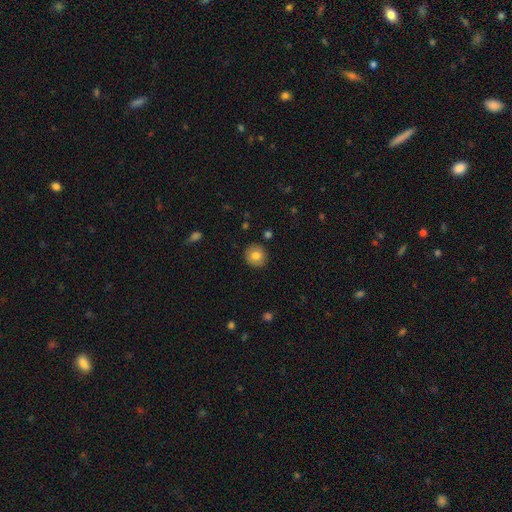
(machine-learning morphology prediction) Smooth or featured?
  - smooth: 80% *
  - featured or disk: 11%
  - star or artifact: 9%
How rounded?
  - round: 90% *
  - in between: 9%
  - cigar-shaped: 1%
Merging?
  - none: 90% *
  - minor disturbance: 7%
  - major disturbance: 2%
  - merger: 1%